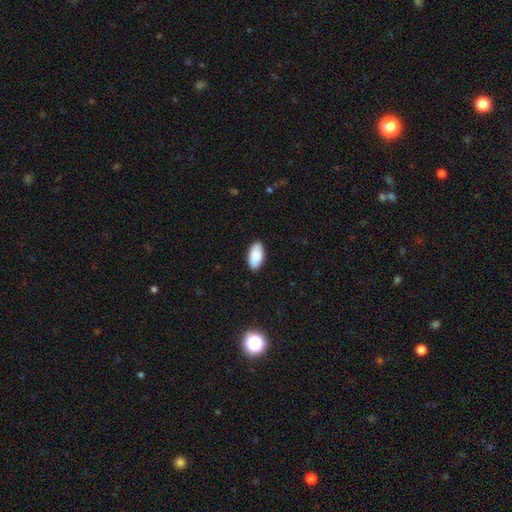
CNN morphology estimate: Smooth or featured? Predicted: smooth (p=0.88). How rounded? Predicted: in between (p=0.95). Merging? Predicted: none (p=0.88).